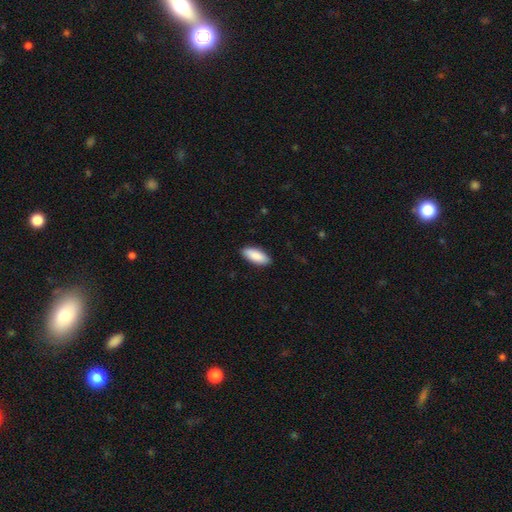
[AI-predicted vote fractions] Q: Smooth or featured?
A: smooth (89%); runner-up: featured or disk (5%)
Q: How rounded?
A: in between (78%); runner-up: cigar-shaped (20%)
Q: Merging?
A: none (90%); runner-up: minor disturbance (8%)